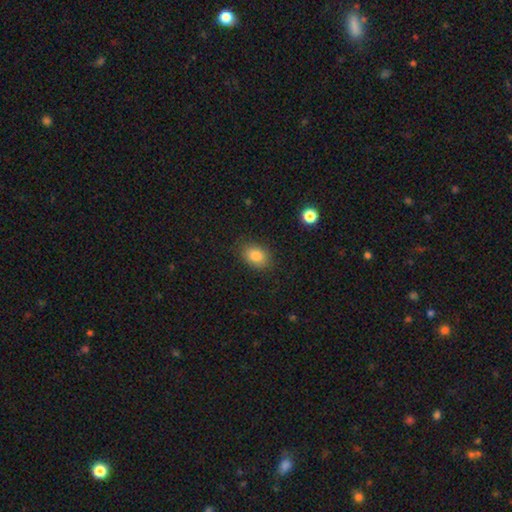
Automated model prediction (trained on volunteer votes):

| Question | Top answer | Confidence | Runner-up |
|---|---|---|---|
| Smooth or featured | smooth | 83% | star or artifact (9%) |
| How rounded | in between | 72% | round (27%) |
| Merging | none | 85% | minor disturbance (11%) |